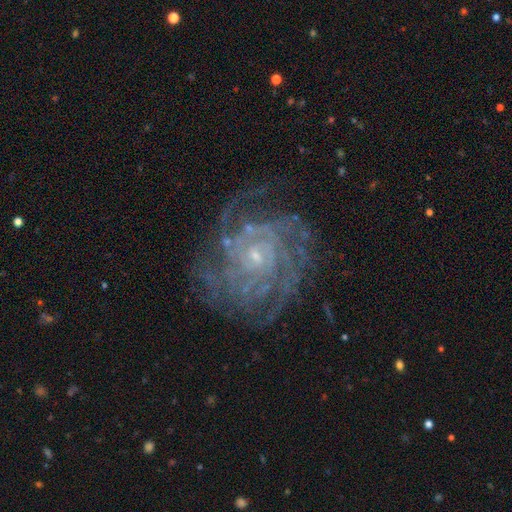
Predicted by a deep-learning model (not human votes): A featured or disk galaxy (87%) with no bar (76%), tight (73%) spiral arms (96%) and a small central bulge (81%). Merging: none (74%).